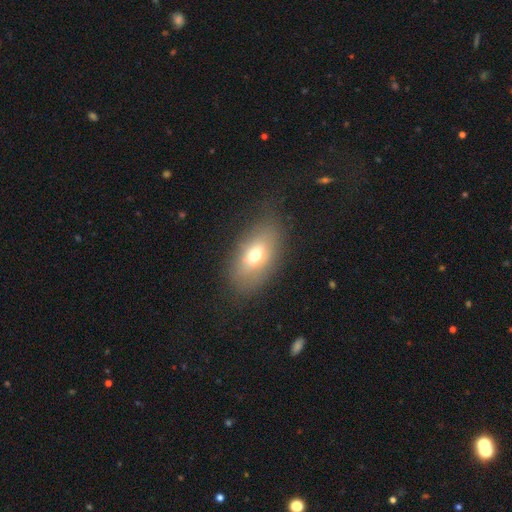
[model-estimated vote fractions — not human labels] This is likely a smooth galaxy (65%). How rounded: clearly in between (85%). Merging: likely none (77%).